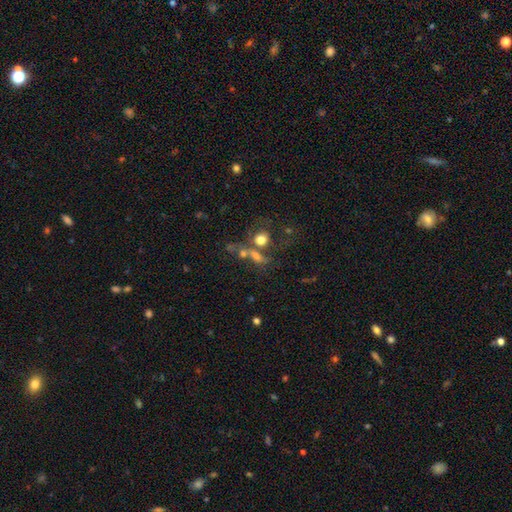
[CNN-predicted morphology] smooth-or-featured: smooth: 54% | featured or disk: 24% | star or artifact: 22%
  how-rounded: round: 49% | in between: 41% | cigar-shaped: 11%
  merging: merger: 41% | none: 34% | major disturbance: 14% | minor disturbance: 11%